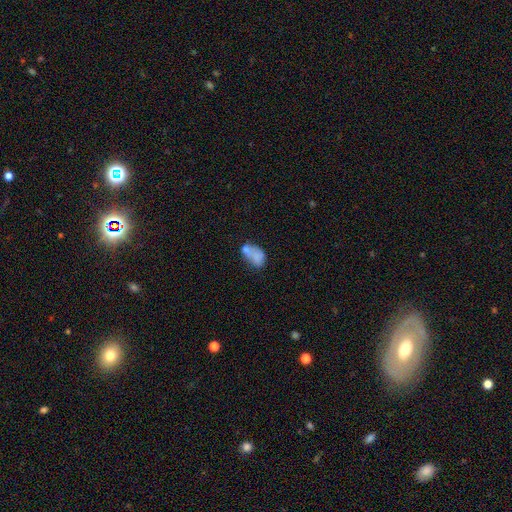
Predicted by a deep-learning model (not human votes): Morphology: type=smooth (67%); roundness=in between (84%); merging=merger (35%).